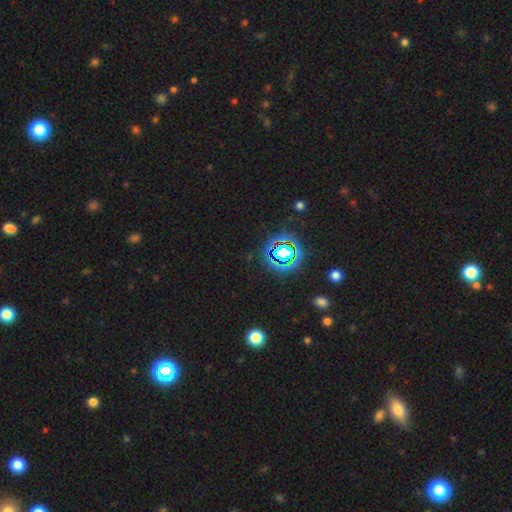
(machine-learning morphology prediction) smooth_or_featured: star or artifact (p=0.78) [alt: smooth p=0.14]